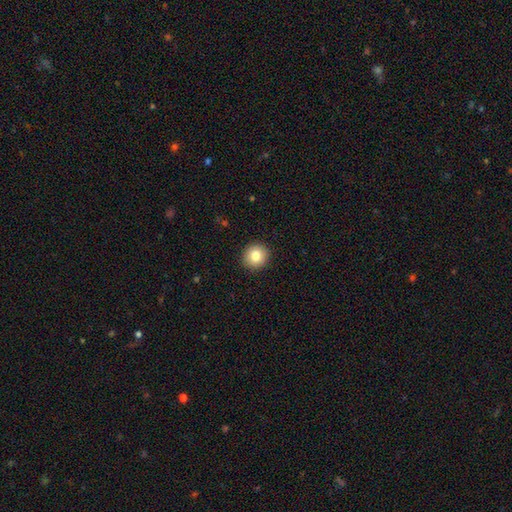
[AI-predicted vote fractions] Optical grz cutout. It shows a smooth galaxy with no disk features (82%) that is round (90%). Merging: none (92%).